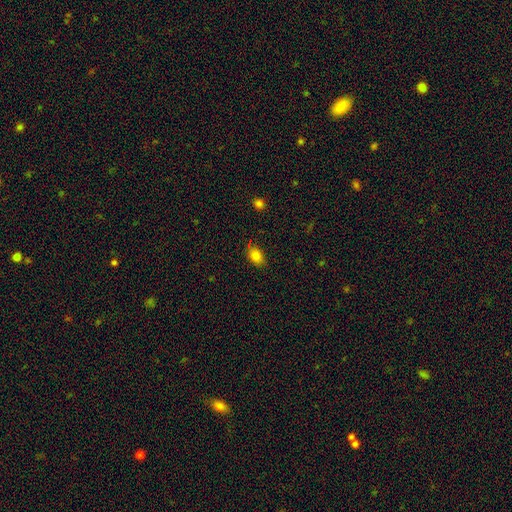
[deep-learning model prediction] Smooth or featured: smooth — 82% (star or artifact — 11%)
How rounded: in between — 73% (round — 26%)
Merging: none — 82% (minor disturbance — 14%)